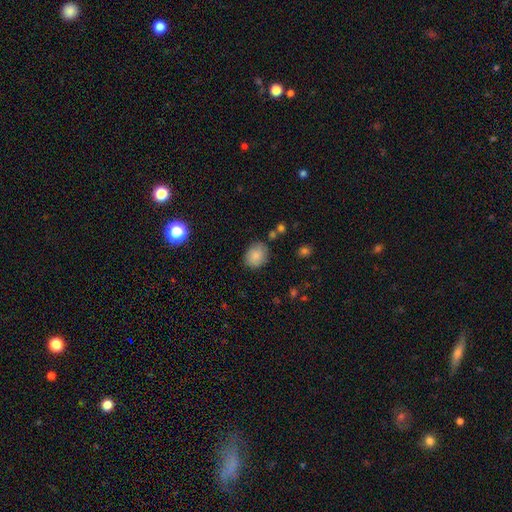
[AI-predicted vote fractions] The model was most divided on "how rounded": round: 51%, in between: 49%, cigar-shaped: 1%. More confident: smooth or featured — smooth (86%); merging — none (79%).